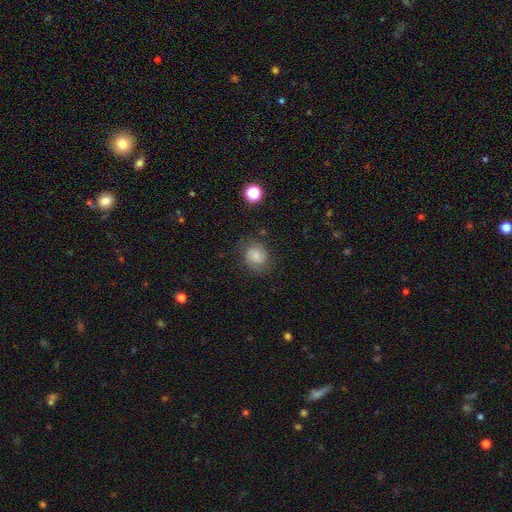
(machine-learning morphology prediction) A smooth galaxy with no disk features (50%) that is round (66%). Merging: none (76%).